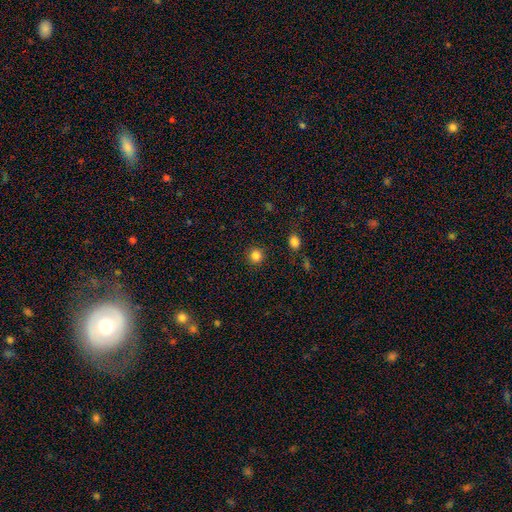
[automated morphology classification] A smooth galaxy with no disk features (84%) that is round (92%). Merging: none (90%).